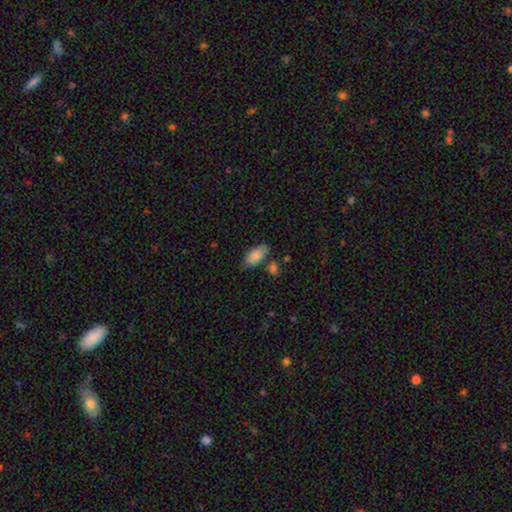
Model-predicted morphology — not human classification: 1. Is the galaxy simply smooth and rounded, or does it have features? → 85% smooth, 8% featured or disk, 7% star or artifact.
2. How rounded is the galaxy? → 91% in between, 7% cigar-shaped, 3% round.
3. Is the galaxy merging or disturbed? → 70% none, 18% minor disturbance, 8% merger, 4% major disturbance.